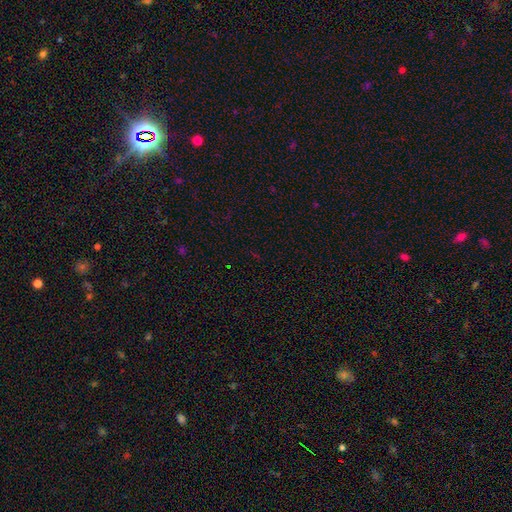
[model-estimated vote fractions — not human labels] Overall: star or artifact (73%).